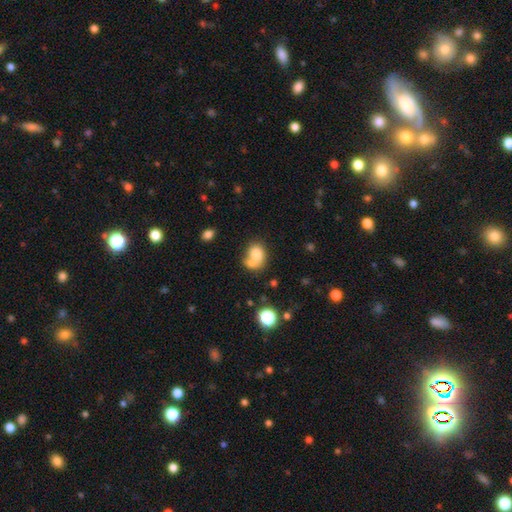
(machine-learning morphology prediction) Smooth or featured?
  - smooth: 76% *
  - featured or disk: 15%
  - star or artifact: 9%
How rounded?
  - in between: 52% *
  - round: 47%
  - cigar-shaped: 1%
Merging?
  - merger: 50% *
  - none: 31%
  - minor disturbance: 11%
  - major disturbance: 8%